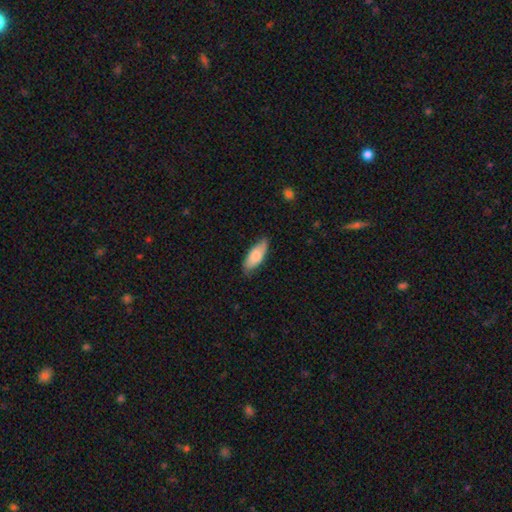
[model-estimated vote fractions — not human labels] Smooth or featured? smooth (78%)
How rounded? in between (77%)
Merging? none (76%)